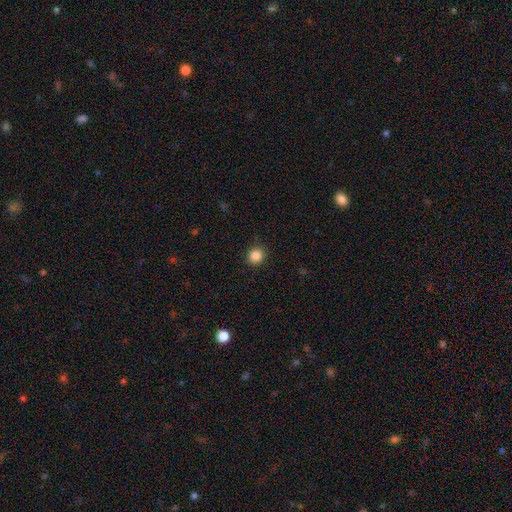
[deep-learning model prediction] smooth-or-featured: smooth: 86% | star or artifact: 10% | featured or disk: 3%
  how-rounded: round: 90% | in between: 9% | cigar-shaped: 1%
  merging: none: 89% | minor disturbance: 7% | major disturbance: 2% | merger: 1%